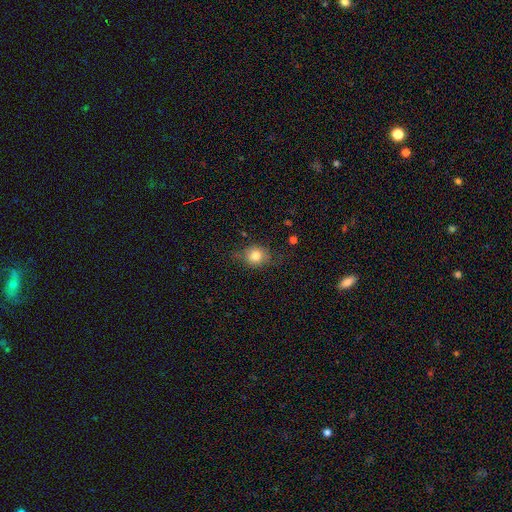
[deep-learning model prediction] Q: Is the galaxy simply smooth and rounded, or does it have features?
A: smooth — 77%.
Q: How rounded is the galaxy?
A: round — 65%.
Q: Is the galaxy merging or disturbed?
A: none — 69%.